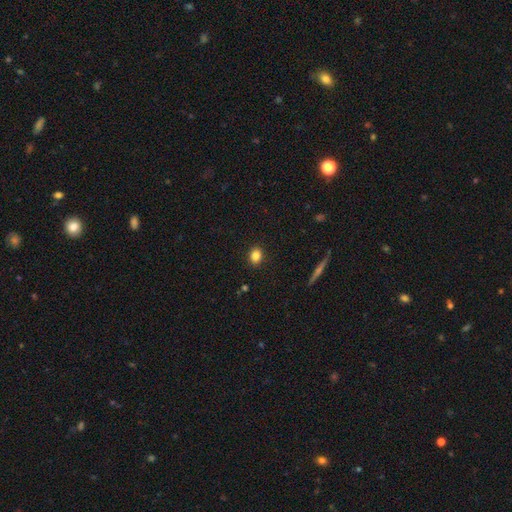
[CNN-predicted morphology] Smooth or featured? smooth (84%)
How rounded? in between (53%)
Merging? none (90%)